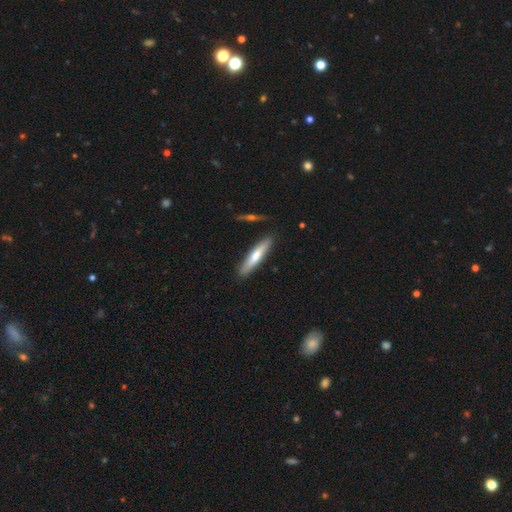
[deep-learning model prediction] A smooth galaxy with no disk features (62%) that is cigar-shaped (88%). Merging: none (87%).